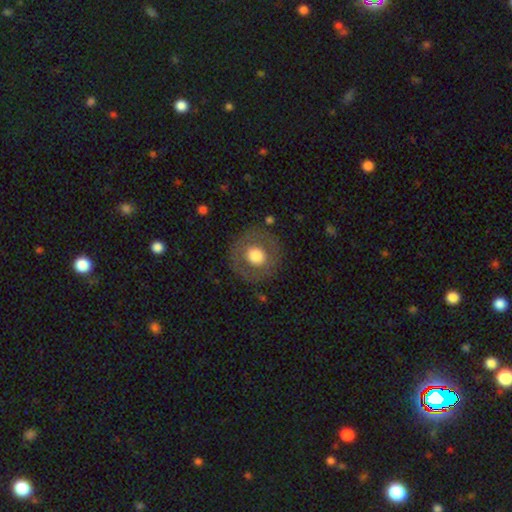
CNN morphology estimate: Smooth or featured?
  - smooth: 61% *
  - featured or disk: 31%
  - star or artifact: 8%
How rounded?
  - round: 94% *
  - in between: 5%
  - cigar-shaped: 1%
Merging?
  - none: 83% *
  - minor disturbance: 9%
  - major disturbance: 6%
  - merger: 1%